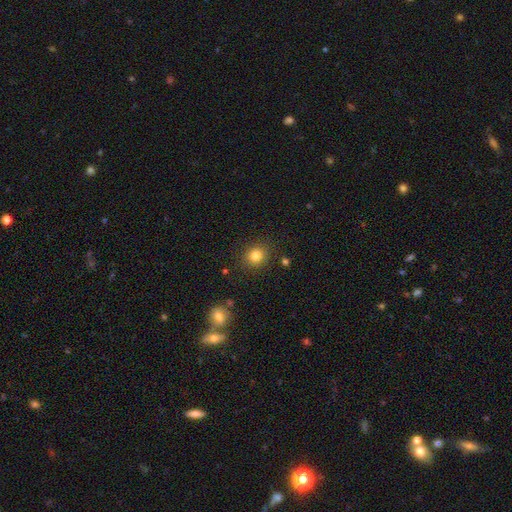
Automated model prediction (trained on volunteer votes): This appears to be a smooth galaxy with no disk features (82%) that is round (85%). Merging: none (87%).